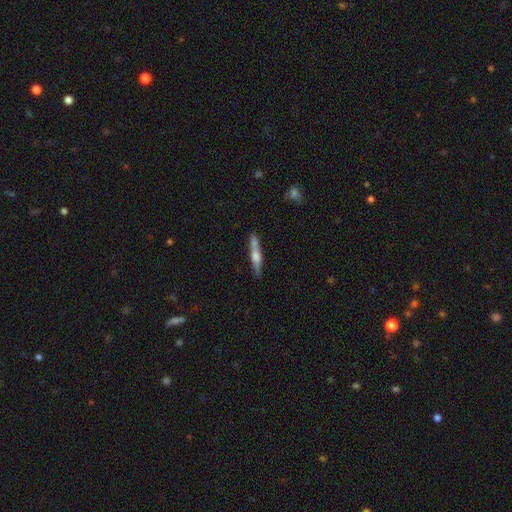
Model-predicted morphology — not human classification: A featured or disk galaxy (49%). Merging: none (72%).